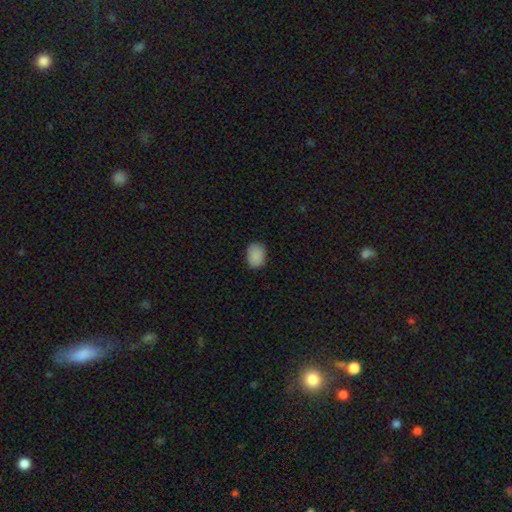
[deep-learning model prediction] This appears to be a smooth galaxy with no disk features (88%) that is in between round and cigar-shaped (70%). Merging: none (83%).